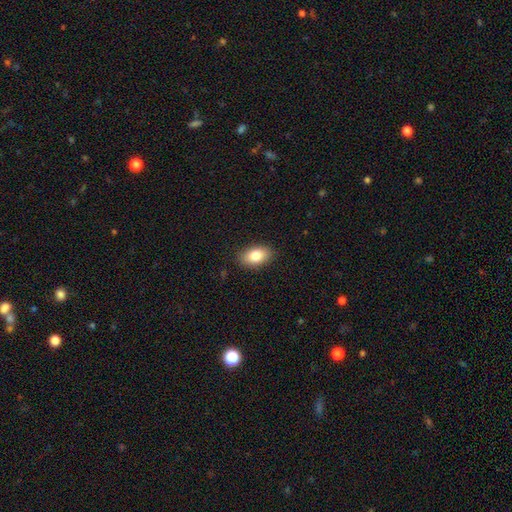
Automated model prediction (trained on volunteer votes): Smooth or featured?
  - smooth: 82% *
  - featured or disk: 10%
  - star or artifact: 7%
How rounded?
  - in between: 91% *
  - round: 7%
  - cigar-shaped: 2%
Merging?
  - none: 88% *
  - minor disturbance: 9%
  - major disturbance: 2%
  - merger: 1%